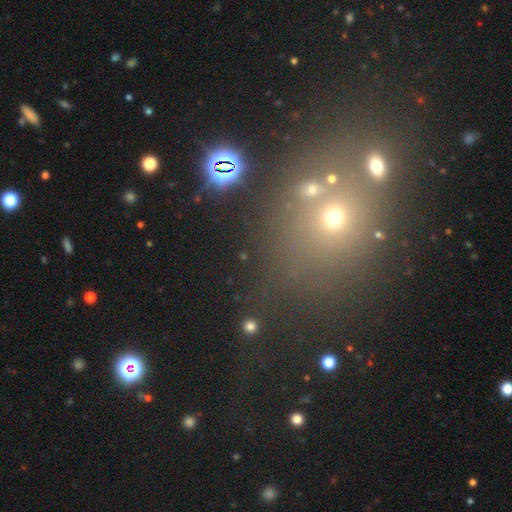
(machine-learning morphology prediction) Smooth or featured? star or artifact (50%)